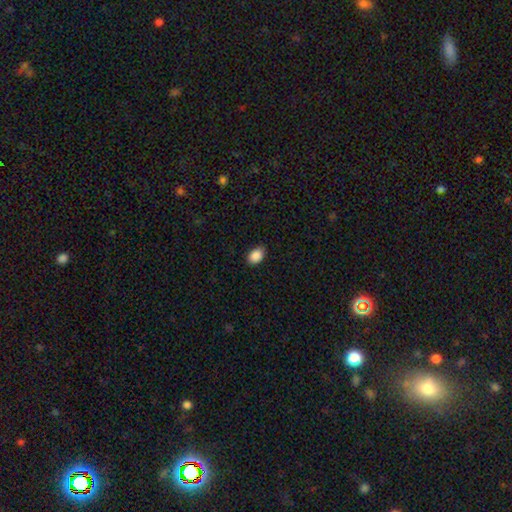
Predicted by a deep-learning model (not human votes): smooth 89%, star or artifact 8%, featured or disk 3%. Down the decision tree: how rounded — in between (82%); merging — none (83%).